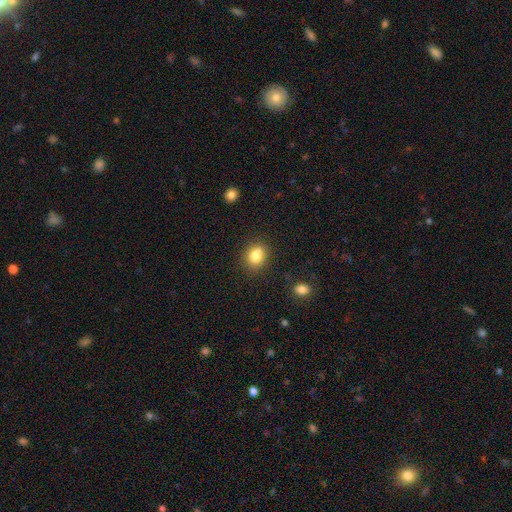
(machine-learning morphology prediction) Overall: smooth (83%). How rounded: in between (54%; round 45%). Merging: none (85%).